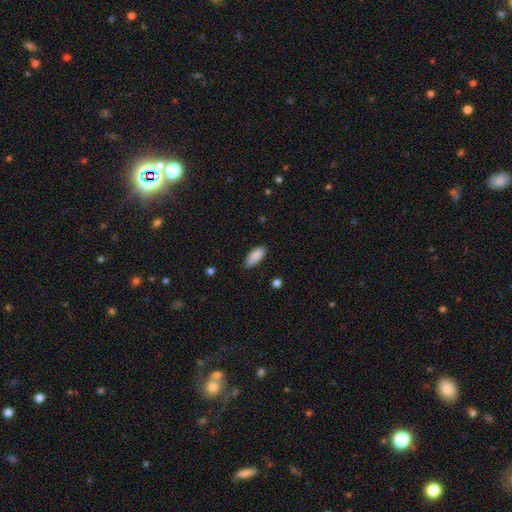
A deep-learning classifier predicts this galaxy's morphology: Smooth or featured? smooth (89%)
How rounded? in between (84%)
Merging? none (81%)